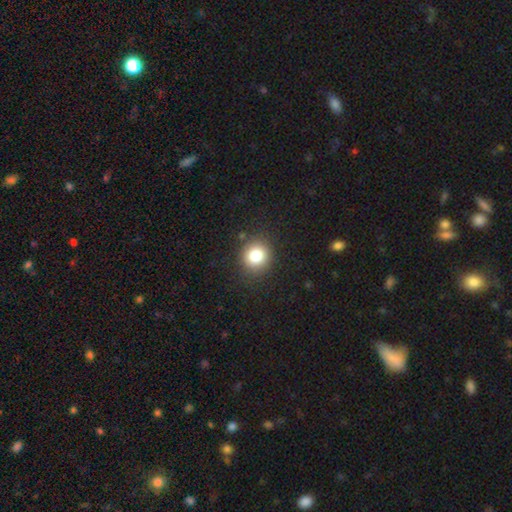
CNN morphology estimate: Smooth or featured: smooth — 82% (star or artifact — 12%)
How rounded: round — 85% (in between — 14%)
Merging: none — 87% (minor disturbance — 8%)